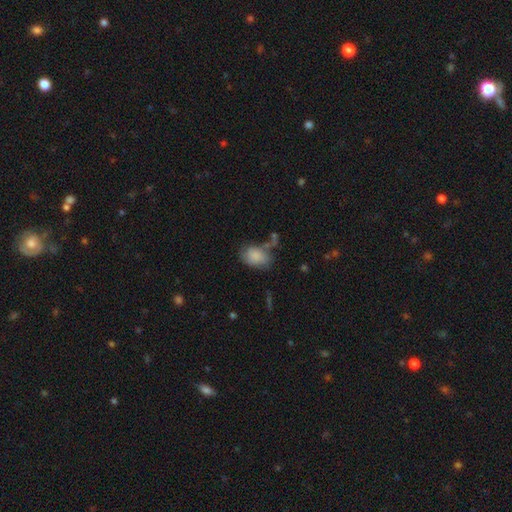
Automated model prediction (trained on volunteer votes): Smooth or featured? smooth (81%)
How rounded? in between (77%)
Merging? none (49%)